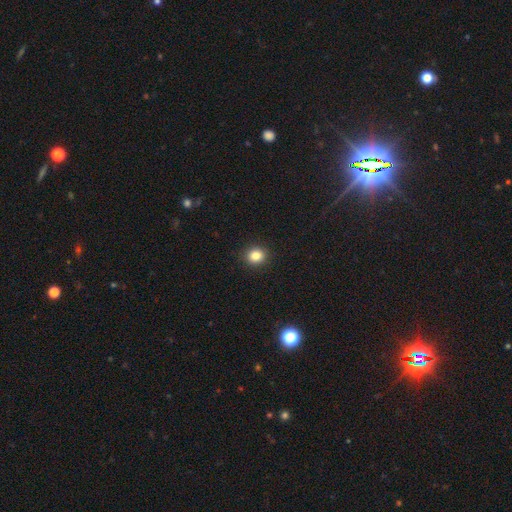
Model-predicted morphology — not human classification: A smooth galaxy with no disk features (84%) that is round (77%). Merging: none (91%).